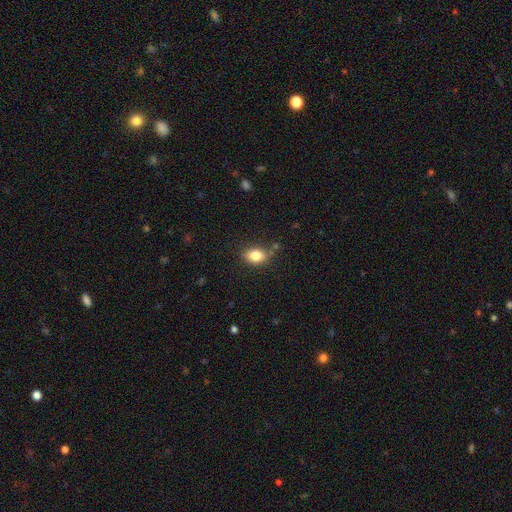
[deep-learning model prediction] Overall: smooth (83%). How rounded: in between (76%). Merging: none (79%).